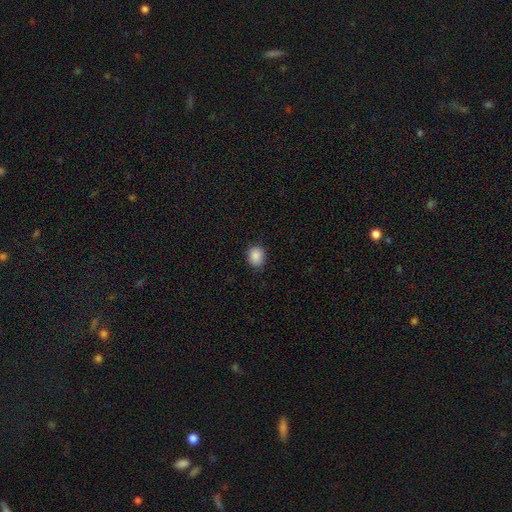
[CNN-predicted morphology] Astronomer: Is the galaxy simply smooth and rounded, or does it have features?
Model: smooth — 88%.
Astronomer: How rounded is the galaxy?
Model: round — 55% (runner-up: in between, 44%).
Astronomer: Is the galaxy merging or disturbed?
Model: none — 82%.